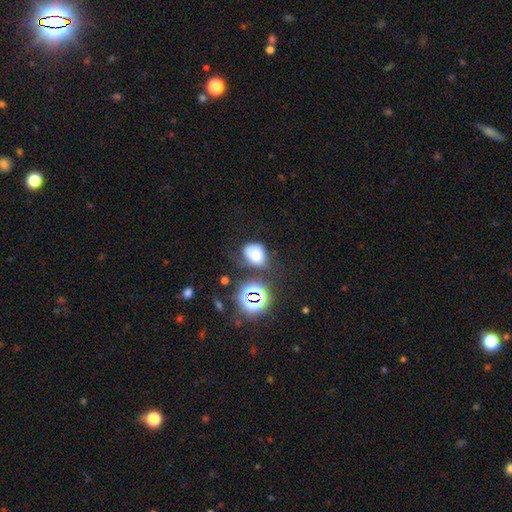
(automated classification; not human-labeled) Q: Smooth or featured?
A: smooth (61%); runner-up: featured or disk (21%)
Q: How rounded?
A: in between (56%); runner-up: round (43%)
Q: Merging?
A: none (40%); runner-up: minor disturbance (30%)